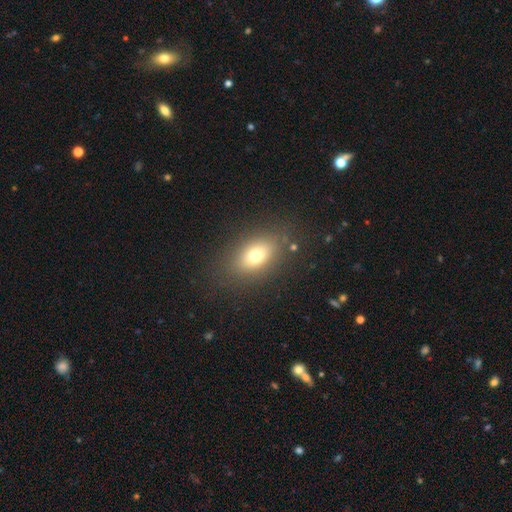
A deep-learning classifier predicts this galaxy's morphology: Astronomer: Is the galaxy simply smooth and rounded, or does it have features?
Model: smooth — 73%.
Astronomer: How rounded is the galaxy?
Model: in between — 79%.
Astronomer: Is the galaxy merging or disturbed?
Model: none — 83%.